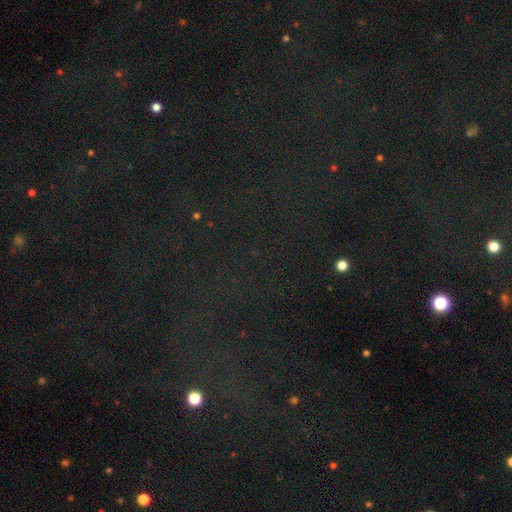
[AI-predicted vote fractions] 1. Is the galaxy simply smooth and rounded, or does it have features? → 77% star or artifact, 14% smooth, 9% featured or disk.